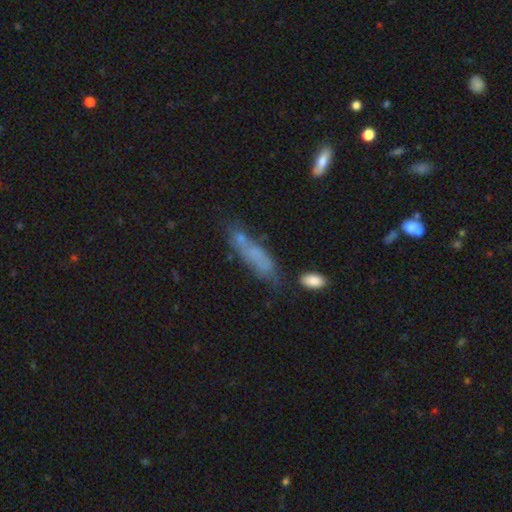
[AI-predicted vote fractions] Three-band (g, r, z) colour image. It shows a smooth galaxy with no disk features (59%) that is cigar-shaped (71%). Merging: none (51%).